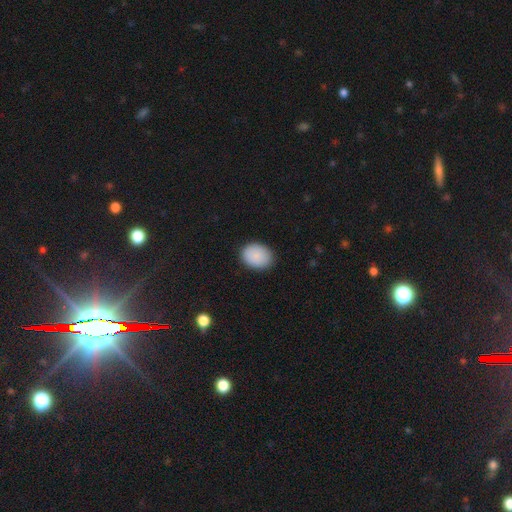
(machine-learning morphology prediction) type=smooth (89%); roundness=in between (57%); merging=none (87%).